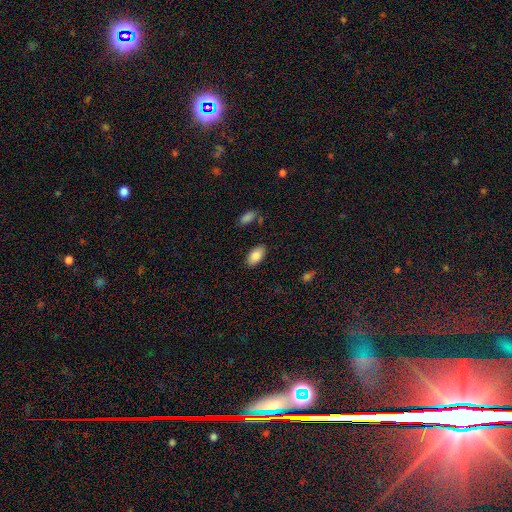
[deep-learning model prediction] The model was most divided on "merging": none: 86%, minor disturbance: 10%, major disturbance: 3%, merger: 2%. More confident: how rounded — in between (94%); smooth or featured — smooth (85%).